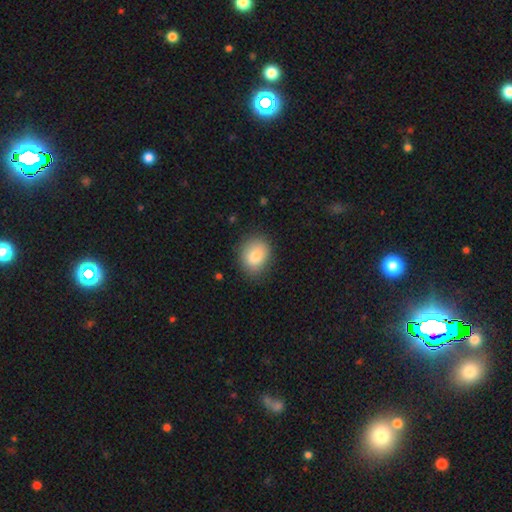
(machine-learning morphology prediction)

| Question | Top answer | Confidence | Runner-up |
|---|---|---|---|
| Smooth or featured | smooth | 82% | featured or disk (10%) |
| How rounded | round | 54% | in between (45%) |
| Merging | none | 82% | minor disturbance (14%) |